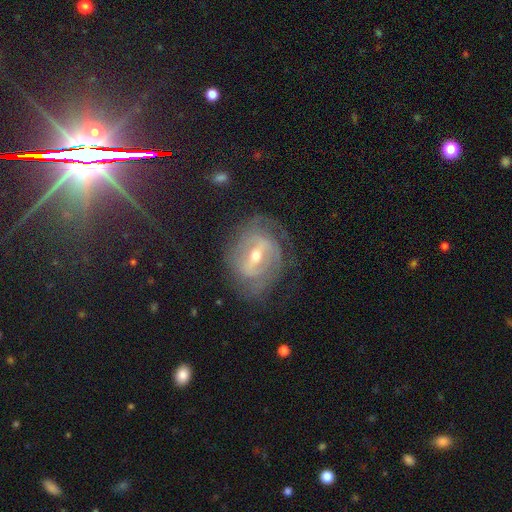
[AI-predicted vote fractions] featured or disk 83%, smooth 9%, star or artifact 8%. Down the decision tree: edge-on disk — no (94%); bar — strong (51%); spiral arms — yes (86%); spiral arm count — can't tell (38%); spiral winding — tight (54%); bulge size — moderate (55%); merging — none (67%).